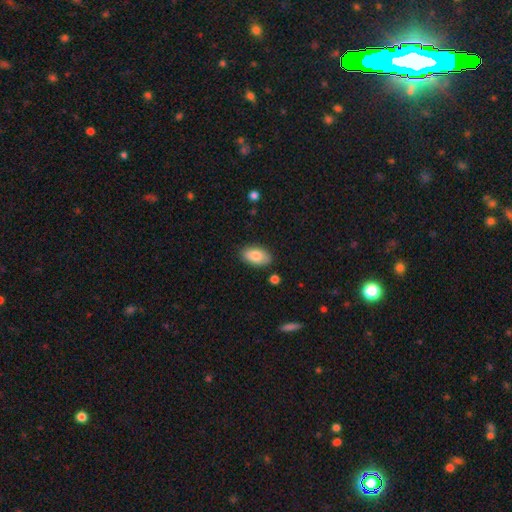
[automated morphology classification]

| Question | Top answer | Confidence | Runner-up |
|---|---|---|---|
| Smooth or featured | smooth | 82% | featured or disk (11%) |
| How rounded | in between | 94% | round (4%) |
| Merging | none | 86% | minor disturbance (10%) |